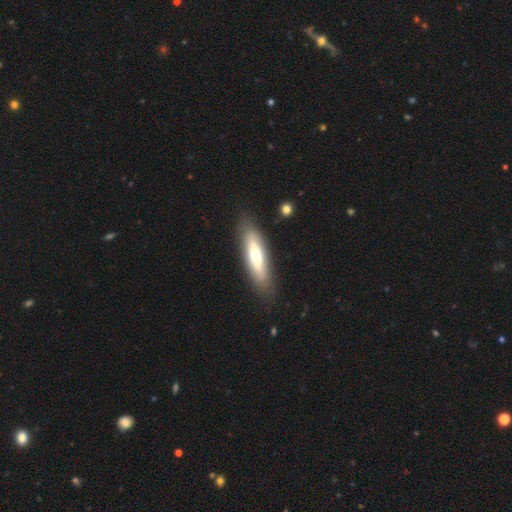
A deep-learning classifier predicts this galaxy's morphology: smooth-or-featured: smooth: 50% | featured or disk: 45% | star or artifact: 5%
  merging: none: 85% | minor disturbance: 11% | major disturbance: 3% | merger: 2%